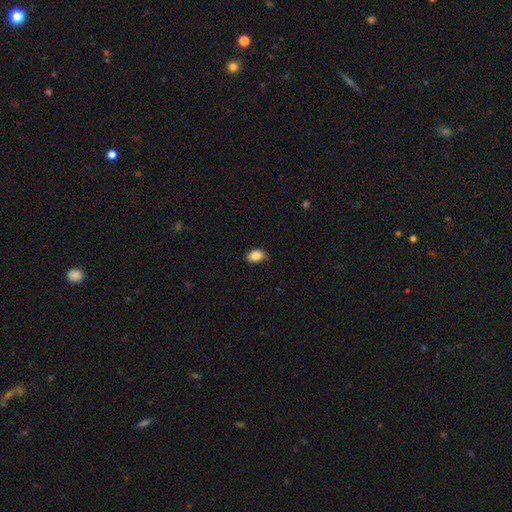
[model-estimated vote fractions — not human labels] smooth-or-featured: smooth: 85% | star or artifact: 8% | featured or disk: 6%
  how-rounded: in between: 83% | round: 16% | cigar-shaped: 1%
  merging: none: 79% | minor disturbance: 17% | major disturbance: 2% | merger: 1%